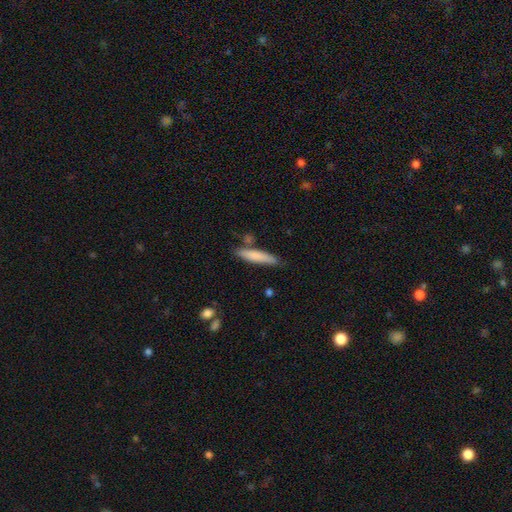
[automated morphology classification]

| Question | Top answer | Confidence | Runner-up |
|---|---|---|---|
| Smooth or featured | smooth | 79% | featured or disk (15%) |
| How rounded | cigar-shaped | 85% | in between (13%) |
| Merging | none | 77% | minor disturbance (14%) |